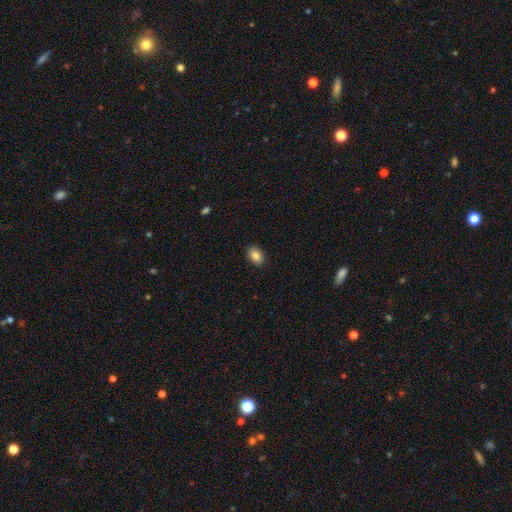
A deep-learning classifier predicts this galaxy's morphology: smooth 86%, star or artifact 8%, featured or disk 6%. Down the decision tree: how rounded — in between (78%); merging — none (90%).